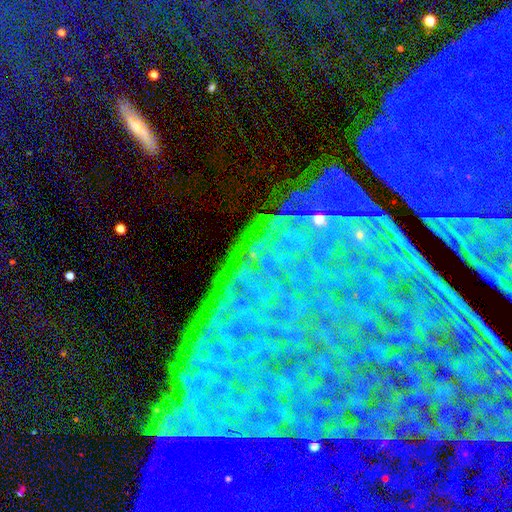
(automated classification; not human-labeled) The model was most divided on "smooth or featured": star or artifact: 81%, featured or disk: 11%, smooth: 9%.